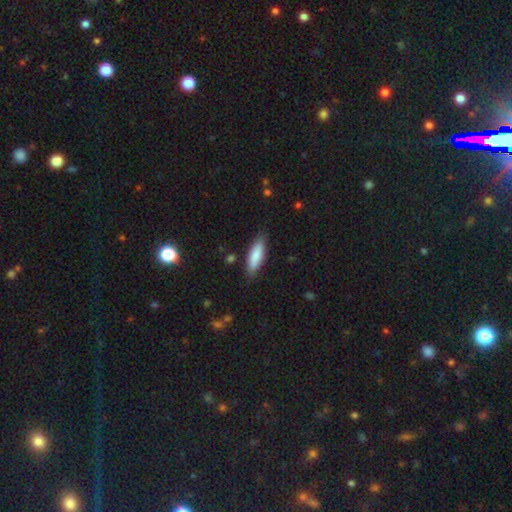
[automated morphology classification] This is clearly a smooth galaxy (84%). How rounded: possibly cigar-shaped (51%). Merging: clearly none (84%).